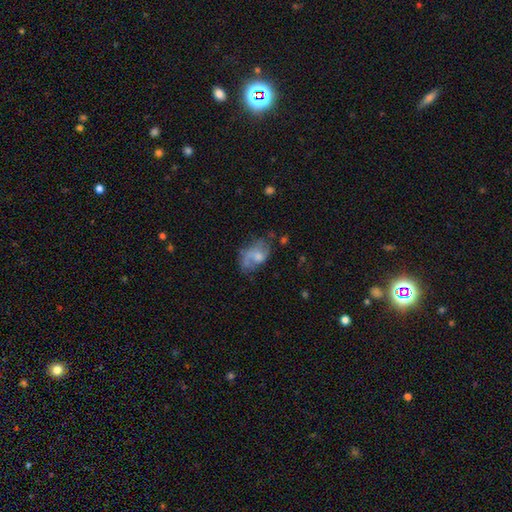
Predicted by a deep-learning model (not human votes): smooth-or-featured: featured or disk: 51% | smooth: 40% | star or artifact: 9%
  disk-edge-on: no: 96% | yes: 4%
  merging: none: 39% | minor disturbance: 27% | major disturbance: 27% | merger: 6%